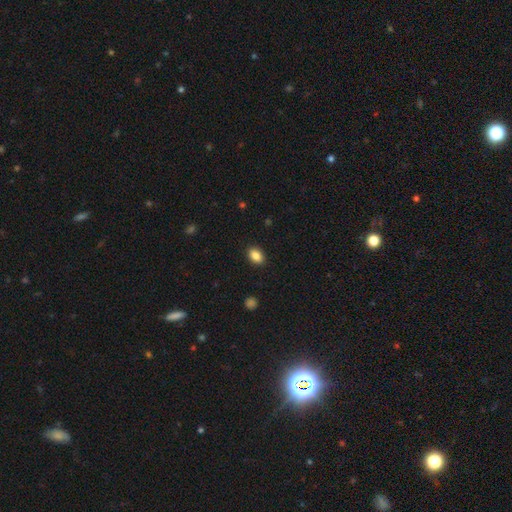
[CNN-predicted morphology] The model was most divided on "how rounded": in between: 83%, round: 15%, cigar-shaped: 2%. More confident: merging — none (89%); smooth or featured — smooth (87%).